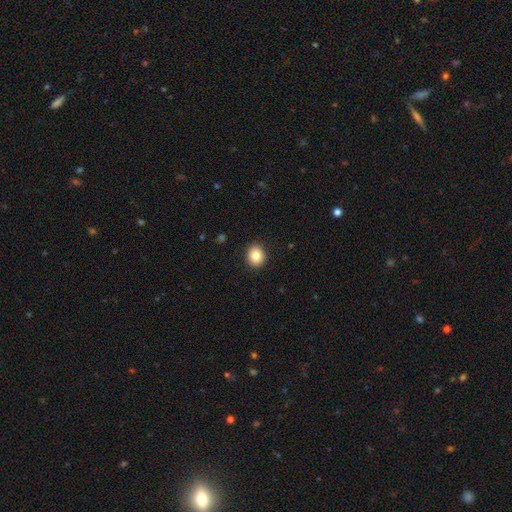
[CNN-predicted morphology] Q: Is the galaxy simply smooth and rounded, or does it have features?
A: smooth — 84%.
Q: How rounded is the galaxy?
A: round — 72%.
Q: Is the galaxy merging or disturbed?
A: none — 91%.